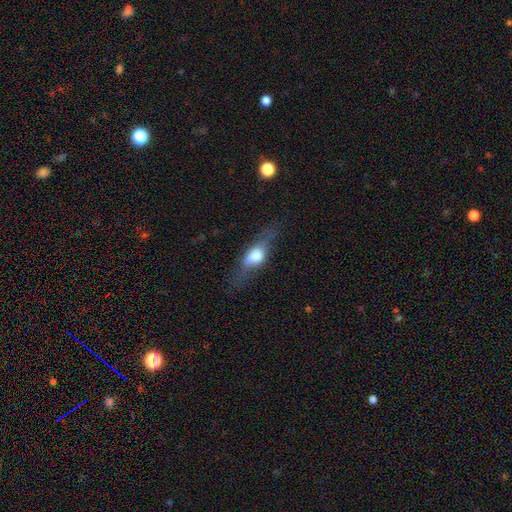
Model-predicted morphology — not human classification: This is possibly a smooth galaxy (53%). How rounded: likely in between (61%). Merging: likely none (63%).